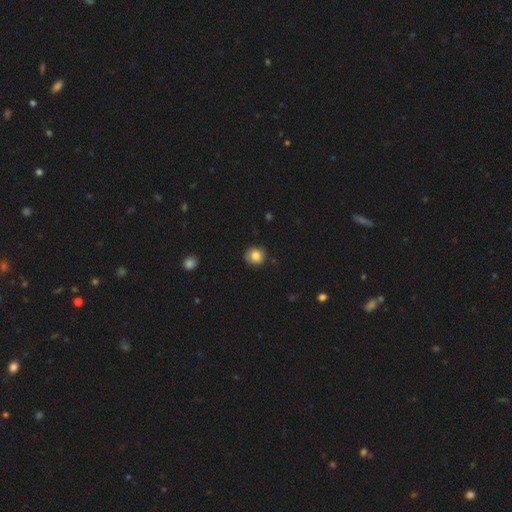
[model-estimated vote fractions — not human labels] smooth-or-featured: smooth: 82% | star or artifact: 9% | featured or disk: 9%
  how-rounded: round: 84% | in between: 15% | cigar-shaped: 1%
  merging: none: 83% | minor disturbance: 14% | major disturbance: 2% | merger: 1%